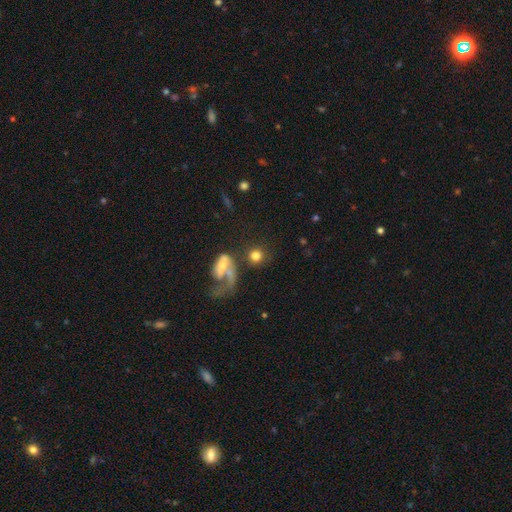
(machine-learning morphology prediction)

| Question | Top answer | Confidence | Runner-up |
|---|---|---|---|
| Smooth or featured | smooth | 75% | featured or disk (16%) |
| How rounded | round | 88% | in between (11%) |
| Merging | none | 58% | merger (20%) |